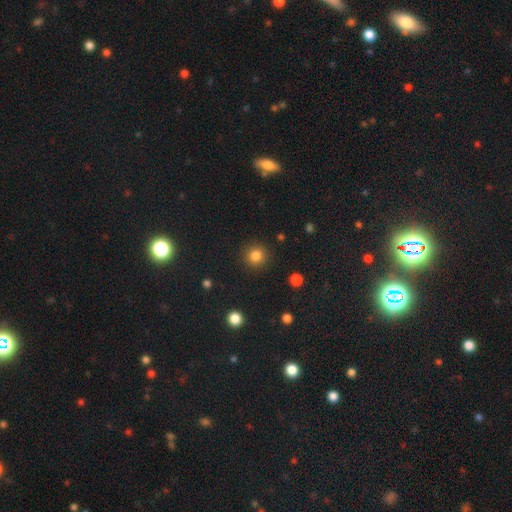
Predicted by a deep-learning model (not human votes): smooth-or-featured: smooth: 83% | star or artifact: 12% | featured or disk: 5%
  how-rounded: round: 93% | in between: 6% | cigar-shaped: 1%
  merging: none: 90% | minor disturbance: 6% | major disturbance: 3% | merger: 1%